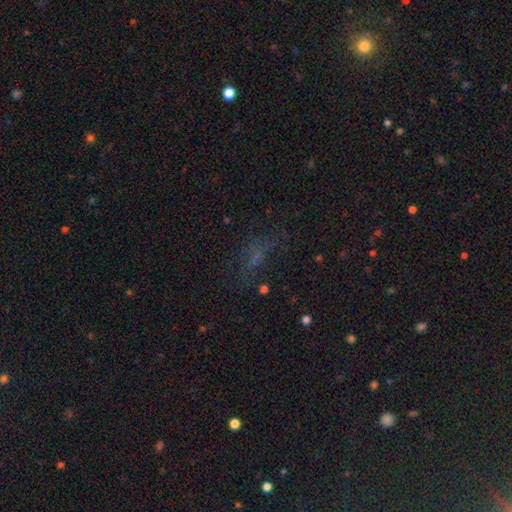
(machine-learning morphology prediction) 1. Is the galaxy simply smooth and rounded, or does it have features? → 41% smooth, 36% star or artifact, 24% featured or disk.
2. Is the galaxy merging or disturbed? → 55% none, 23% major disturbance, 19% minor disturbance, 3% merger.